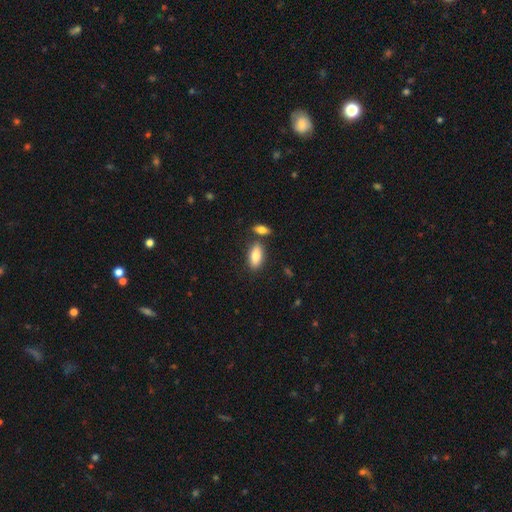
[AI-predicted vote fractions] Smooth or featured? Predicted: smooth (p=0.82). How rounded? Predicted: in between (p=0.86). Merging? Predicted: none (p=0.75).